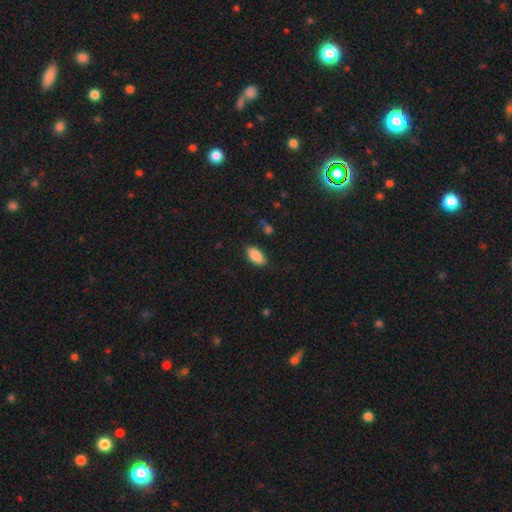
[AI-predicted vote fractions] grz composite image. It shows a smooth galaxy with no disk features (88%) that is in between round and cigar-shaped (92%). Merging: none (84%).